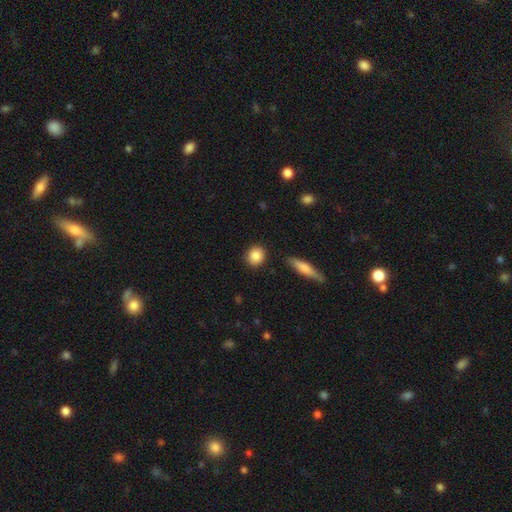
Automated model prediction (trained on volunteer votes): A smooth galaxy with no disk features (86%) that is round (73%). Merging: none (87%).